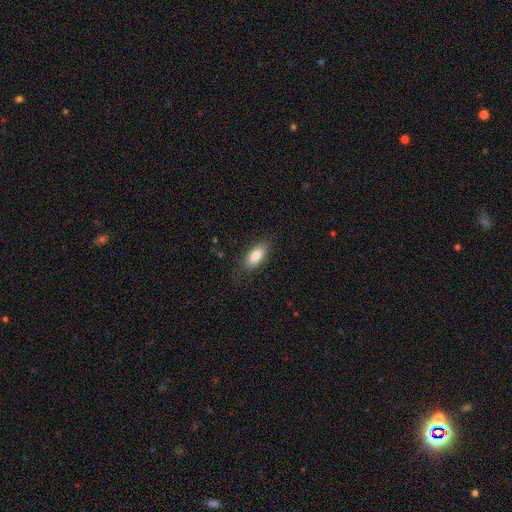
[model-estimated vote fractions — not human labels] Q: Smooth or featured?
A: smooth (83%); runner-up: featured or disk (11%)
Q: How rounded?
A: in between (81%); runner-up: cigar-shaped (16%)
Q: Merging?
A: none (80%); runner-up: minor disturbance (14%)